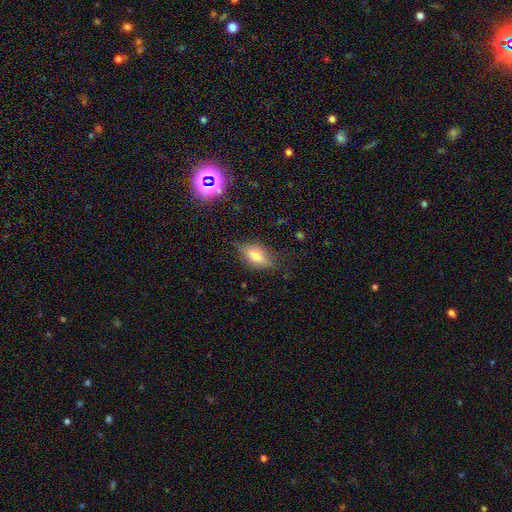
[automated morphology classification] Smooth or featured? Predicted: smooth (p=0.63). How rounded? Predicted: in between (p=0.83). Merging? Predicted: none (p=0.71).